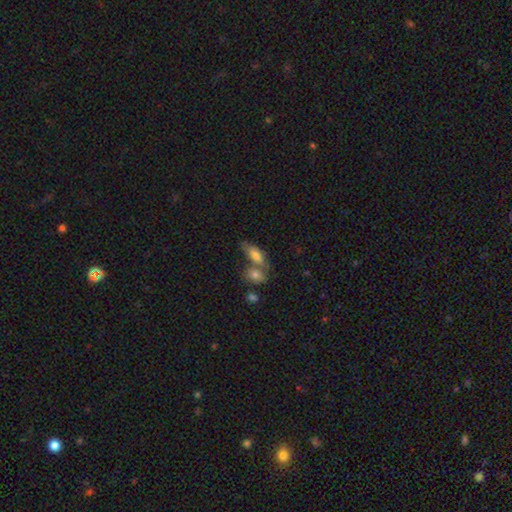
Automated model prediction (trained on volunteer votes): Smooth or featured: smooth — 72% (featured or disk — 20%)
How rounded: in between — 77% (cigar-shaped — 18%)
Merging: merger — 42% (none — 38%)